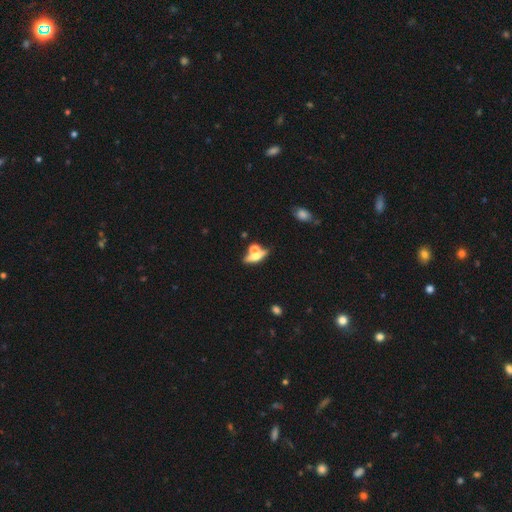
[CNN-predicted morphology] type=smooth (45%); merging=none (46%).